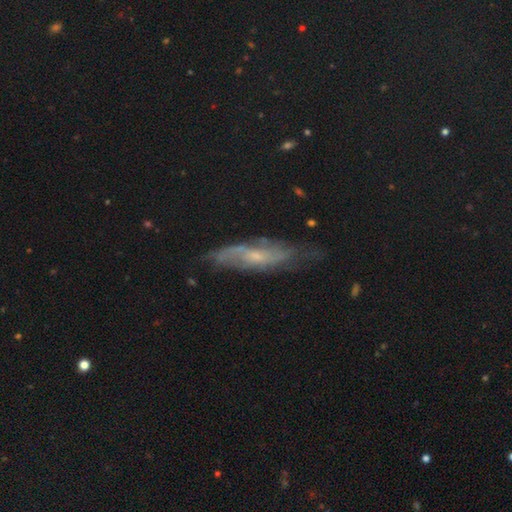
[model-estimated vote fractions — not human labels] smooth_or_featured: featured or disk (p=0.68) [alt: smooth p=0.24]
disk_edge_on: no (p=0.69) [alt: yes p=0.31]
merging: none (p=0.66) [alt: minor disturbance p=0.24]